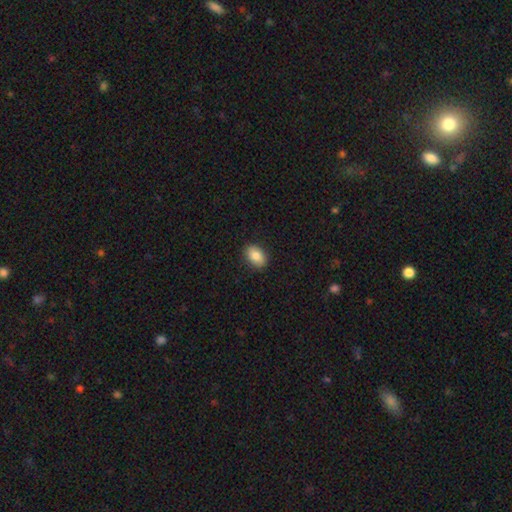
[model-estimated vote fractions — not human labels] This appears to be a smooth galaxy with no disk features (86%) that is in between round and cigar-shaped (85%). Merging: none (89%).